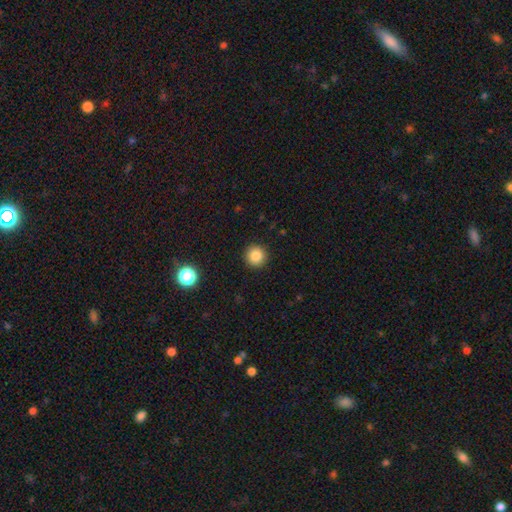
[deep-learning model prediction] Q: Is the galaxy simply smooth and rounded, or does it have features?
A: smooth — 84%.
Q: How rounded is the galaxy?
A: round — 96%.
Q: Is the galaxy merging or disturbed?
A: none — 93%.